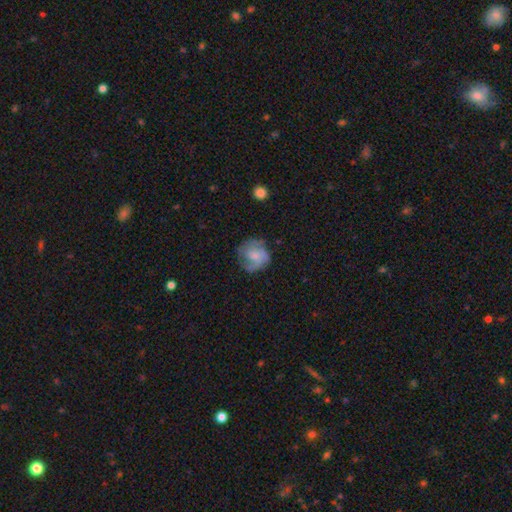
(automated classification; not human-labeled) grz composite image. It shows a featured or disk galaxy (52%) with no bar (67%), spiral arms (80%) and a small central bulge (35%). Merging: none (63%).